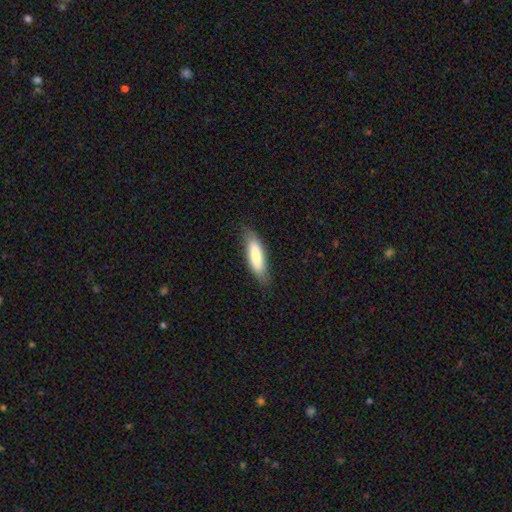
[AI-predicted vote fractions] smooth-or-featured: smooth: 76% | featured or disk: 18% | star or artifact: 6%
  how-rounded: cigar-shaped: 56% | in between: 43% | round: 2%
  merging: none: 81% | minor disturbance: 15% | major disturbance: 3% | merger: 1%